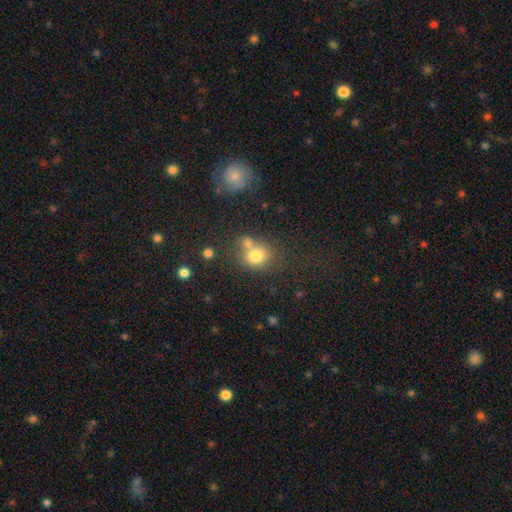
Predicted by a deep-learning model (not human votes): smooth-or-featured: smooth: 75% | star or artifact: 13% | featured or disk: 12%
  how-rounded: round: 67% | in between: 32% | cigar-shaped: 1%
  merging: none: 47% | merger: 35% | minor disturbance: 12% | major disturbance: 6%